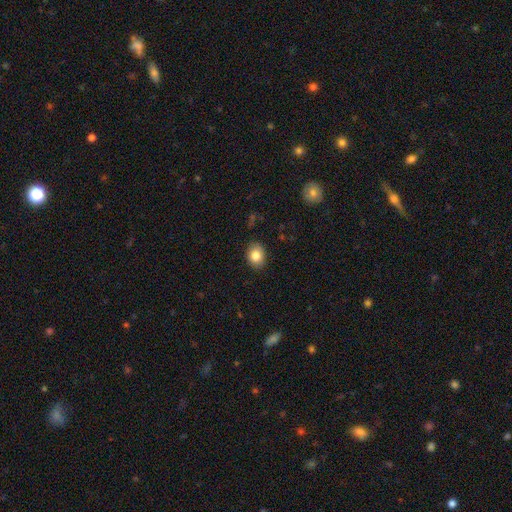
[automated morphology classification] type=smooth (84%); roundness=in between (58%); merging=none (87%).